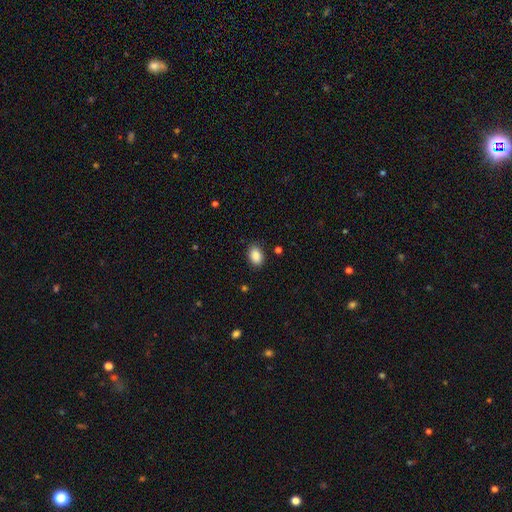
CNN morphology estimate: type=smooth (89%); roundness=in between (82%); merging=none (85%).